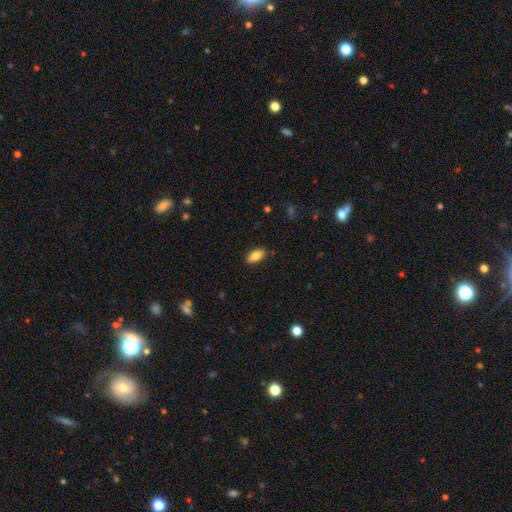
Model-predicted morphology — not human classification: Smooth or featured: smooth — 78% (featured or disk — 15%)
How rounded: in between — 84% (cigar-shaped — 13%)
Merging: none — 87% (minor disturbance — 10%)